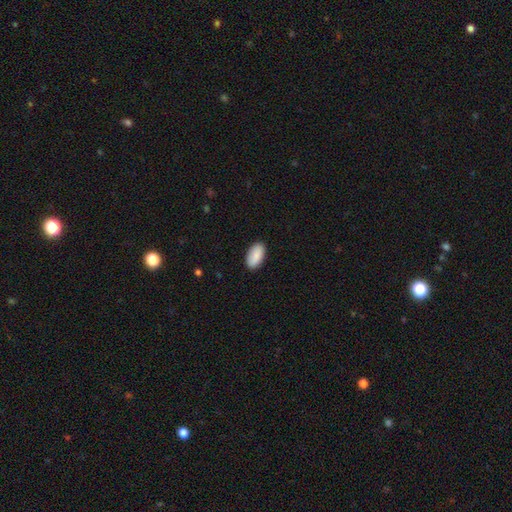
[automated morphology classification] Smooth or featured: smooth — 88% (featured or disk — 6%)
How rounded: in between — 94% (cigar-shaped — 4%)
Merging: none — 88% (minor disturbance — 9%)